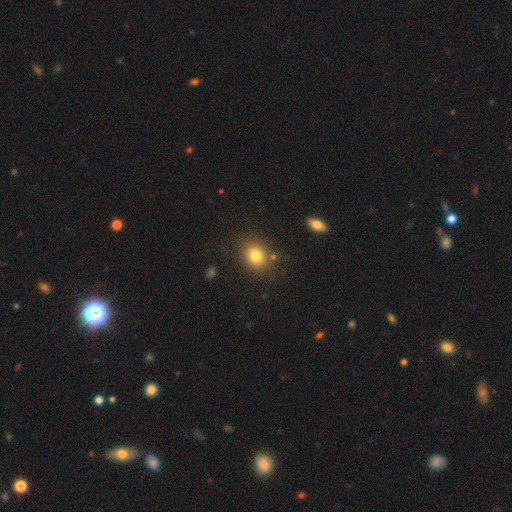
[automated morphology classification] The model was most divided on "how rounded": round: 59%, in between: 40%, cigar-shaped: 1%. More confident: merging — none (80%); smooth or featured — smooth (80%).